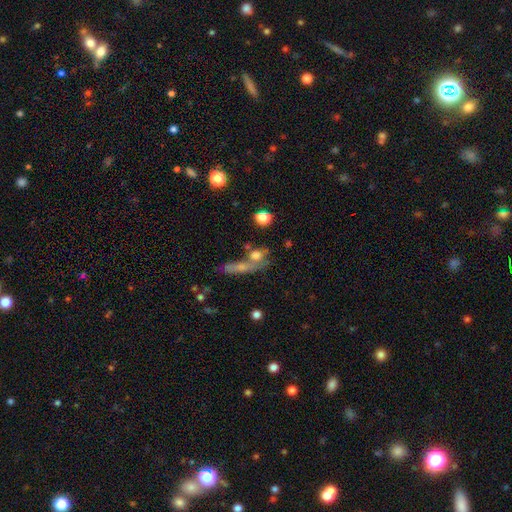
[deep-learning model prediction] This appears to be a smooth galaxy with no disk features (63%) that is round (44%). Merging: merger (40%).